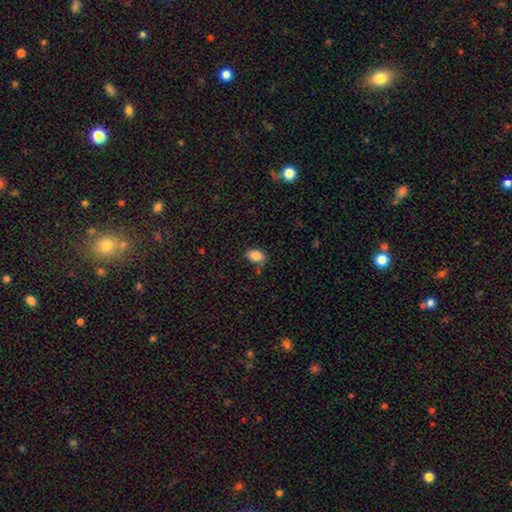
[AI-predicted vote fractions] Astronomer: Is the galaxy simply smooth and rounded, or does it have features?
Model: smooth — 86%.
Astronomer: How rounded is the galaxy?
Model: in between — 85%.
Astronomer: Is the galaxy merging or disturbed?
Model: none — 76%.